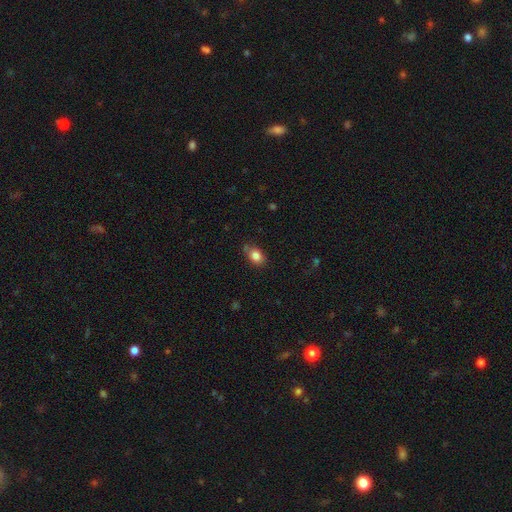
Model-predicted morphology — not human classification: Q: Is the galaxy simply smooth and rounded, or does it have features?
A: smooth — 84%.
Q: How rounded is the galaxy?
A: in between — 76%.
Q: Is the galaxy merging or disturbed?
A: none — 73%.